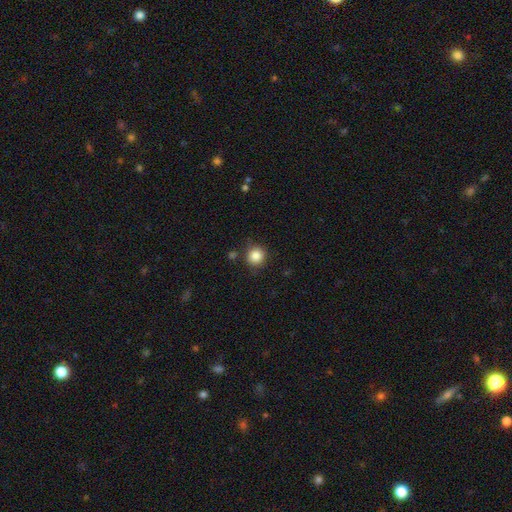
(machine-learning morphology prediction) This appears to be a smooth galaxy with no disk features (85%) that is round (93%). Merging: none (85%).